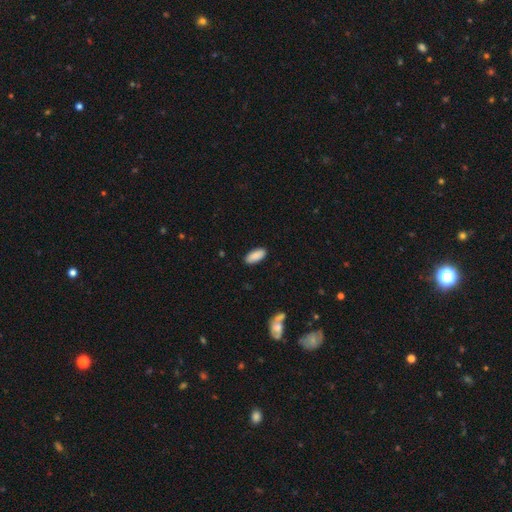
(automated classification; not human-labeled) Overall: smooth (89%). How rounded: in between (86%). Merging: none (88%).